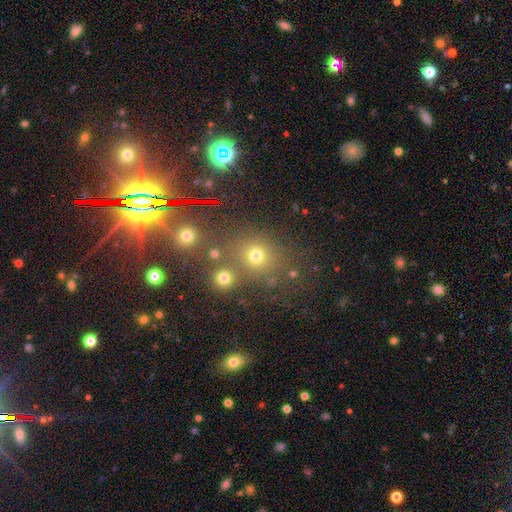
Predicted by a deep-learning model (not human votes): Q: Smooth or featured?
A: smooth (67%); runner-up: star or artifact (25%)
Q: How rounded?
A: round (83%); runner-up: in between (16%)
Q: Merging?
A: none (67%); runner-up: merger (18%)